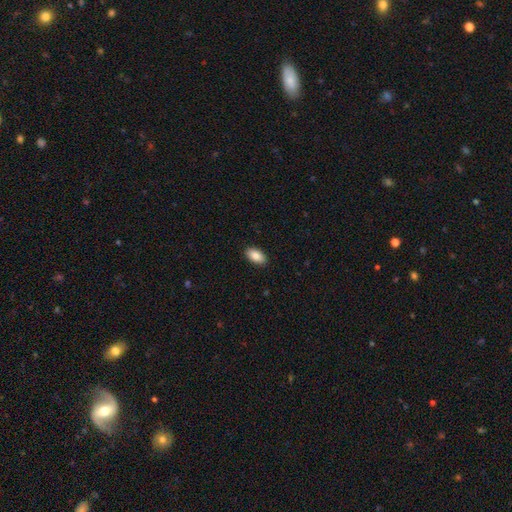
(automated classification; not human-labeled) This is clearly a smooth galaxy (88%). How rounded: clearly in between (94%). Merging: clearly none (90%).